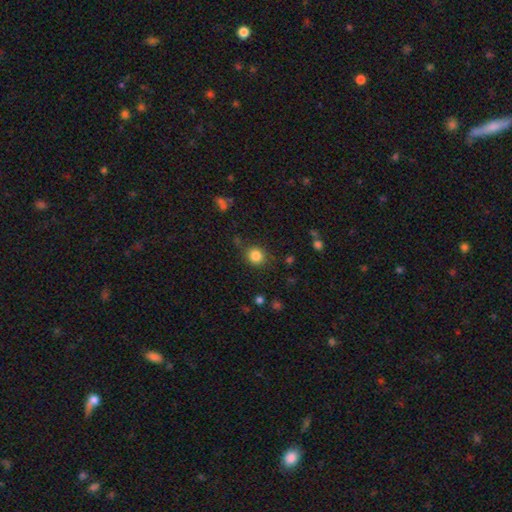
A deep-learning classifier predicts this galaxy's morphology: The model was most divided on "merging": none: 81%, minor disturbance: 12%, major disturbance: 4%, merger: 3%. More confident: how rounded — round (85%); smooth or featured — smooth (84%).